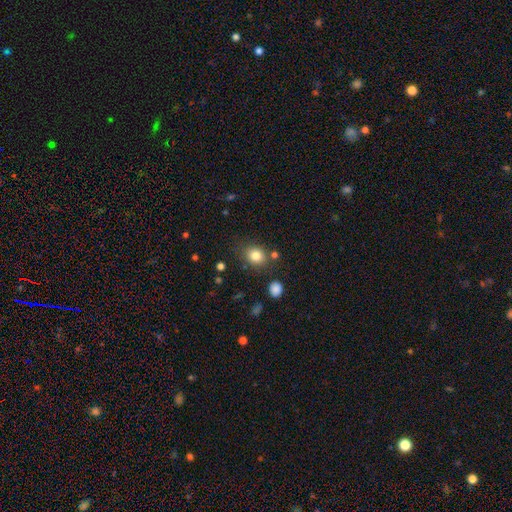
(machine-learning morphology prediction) Q: Smooth or featured?
A: smooth (81%); runner-up: star or artifact (11%)
Q: How rounded?
A: round (64%); runner-up: in between (35%)
Q: Merging?
A: none (77%); runner-up: minor disturbance (13%)